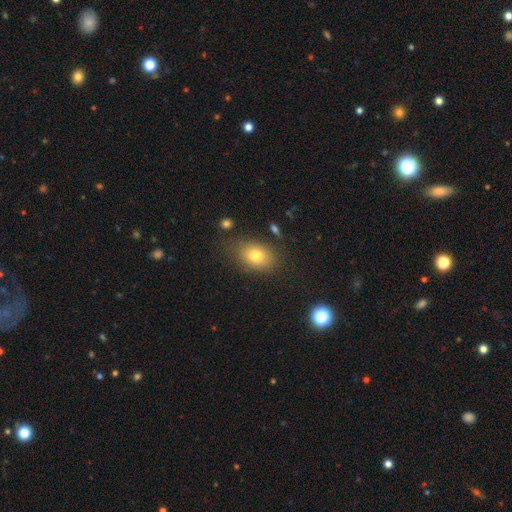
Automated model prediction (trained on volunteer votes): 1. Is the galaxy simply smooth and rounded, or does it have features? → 78% smooth, 12% featured or disk, 11% star or artifact.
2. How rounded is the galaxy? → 71% in between, 28% round, 1% cigar-shaped.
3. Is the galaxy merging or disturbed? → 77% none, 15% minor disturbance, 5% major disturbance, 3% merger.